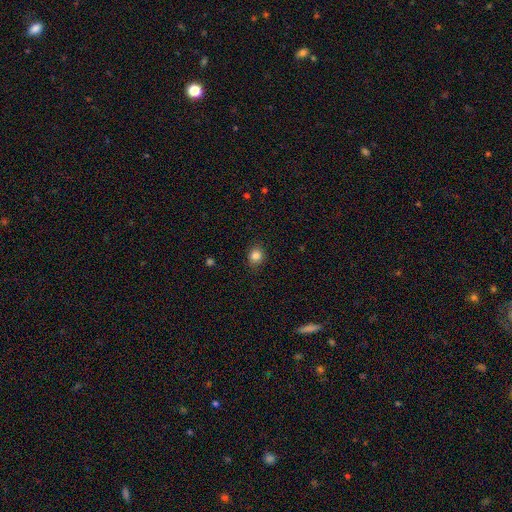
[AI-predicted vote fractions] Smooth or featured?
  - smooth: 84% *
  - star or artifact: 11%
  - featured or disk: 5%
How rounded?
  - round: 67% *
  - in between: 32%
  - cigar-shaped: 1%
Merging?
  - none: 87% *
  - minor disturbance: 10%
  - major disturbance: 2%
  - merger: 1%